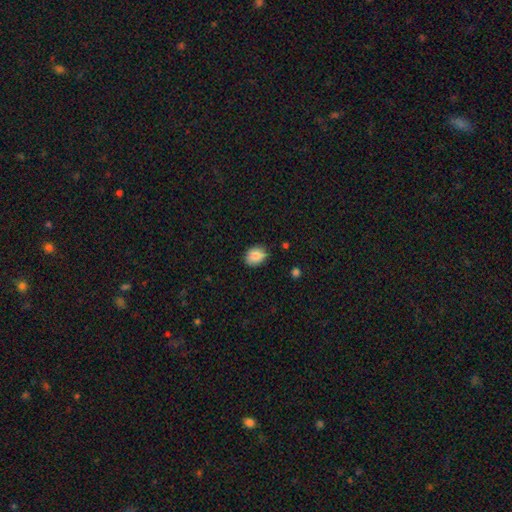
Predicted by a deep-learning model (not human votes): This is clearly a smooth galaxy (88%). How rounded: likely in between (61%). Merging: likely none (79%).